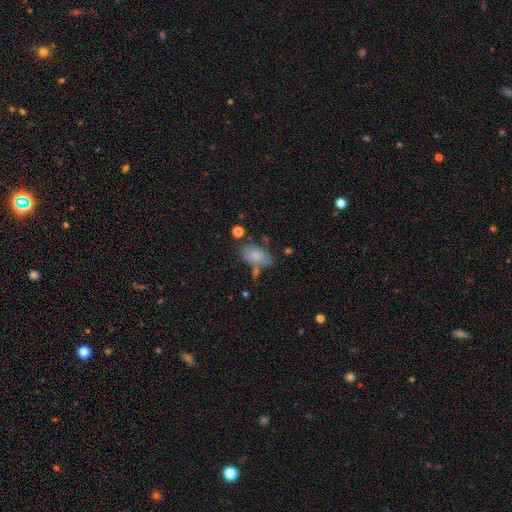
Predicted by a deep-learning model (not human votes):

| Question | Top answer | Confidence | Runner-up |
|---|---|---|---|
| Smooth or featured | smooth | 79% | featured or disk (13%) |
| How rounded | in between | 91% | round (6%) |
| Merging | none | 59% | minor disturbance (22%) |